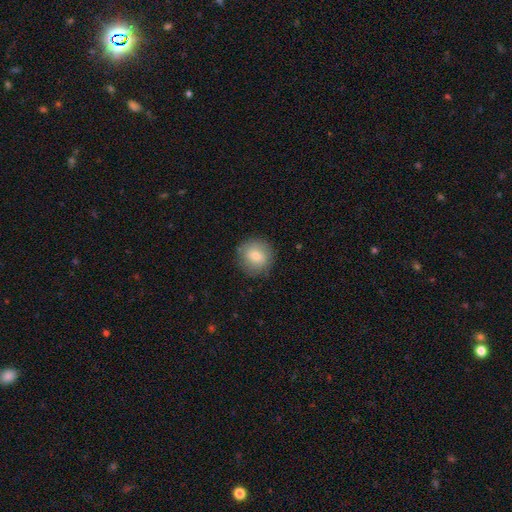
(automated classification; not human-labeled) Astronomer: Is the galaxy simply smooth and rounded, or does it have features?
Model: smooth — 78%.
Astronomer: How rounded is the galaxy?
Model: round — 93%.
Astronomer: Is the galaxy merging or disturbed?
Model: none — 86%.